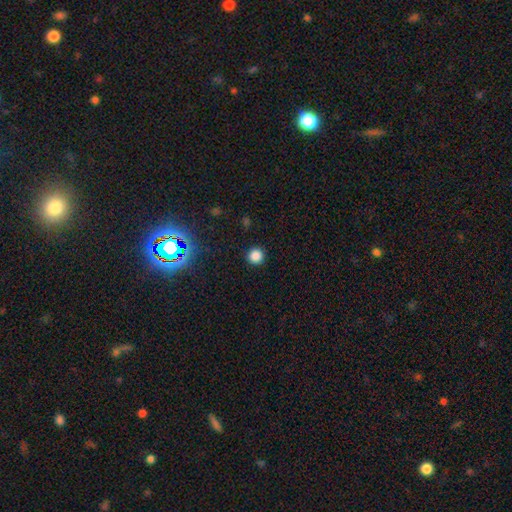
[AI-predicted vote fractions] smooth_or_featured: smooth (p=0.83) [alt: star or artifact p=0.14]
how_rounded: round (p=0.95) [alt: in between p=0.04]
merging: none (p=0.92) [alt: minor disturbance p=0.05]